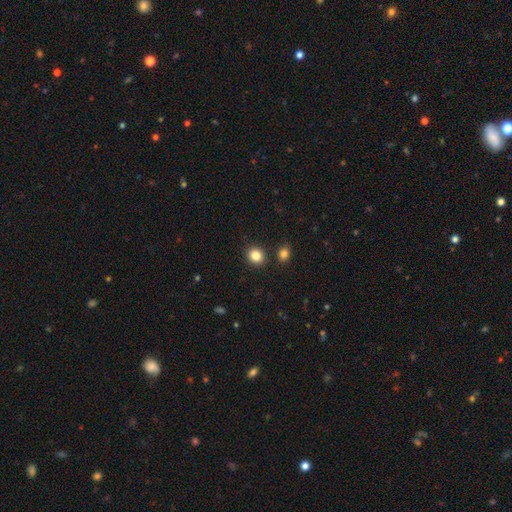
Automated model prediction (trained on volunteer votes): Morphology: type=smooth (85%); roundness=round (77%); merging=none (86%).